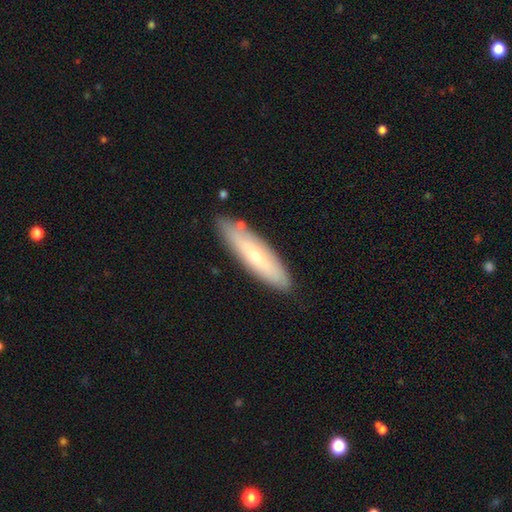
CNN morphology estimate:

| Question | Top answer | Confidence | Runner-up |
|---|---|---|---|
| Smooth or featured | smooth | 54% | featured or disk (40%) |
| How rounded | cigar-shaped | 71% | in between (27%) |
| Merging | none | 82% | minor disturbance (13%) |